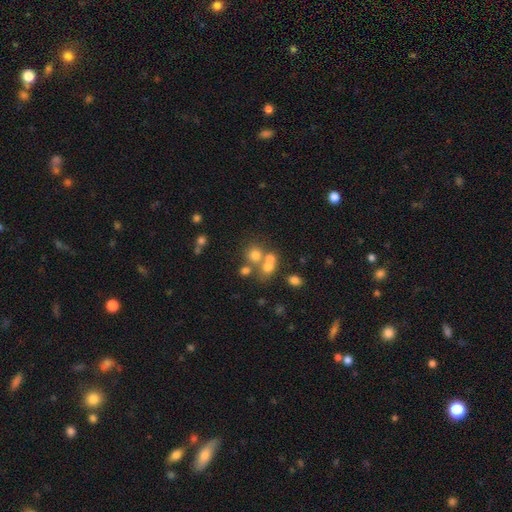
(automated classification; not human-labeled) Smooth or featured? smooth (49%)
Merging? none (47%)